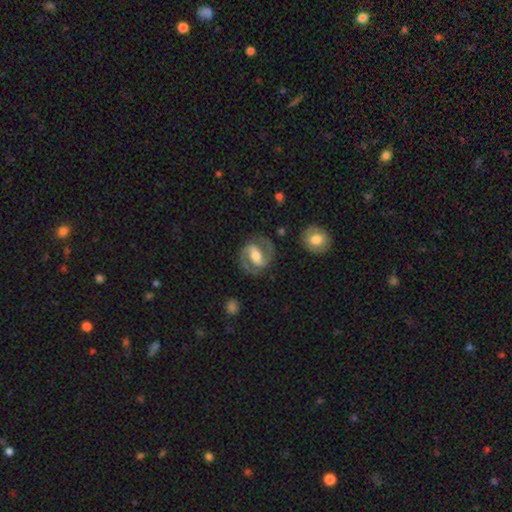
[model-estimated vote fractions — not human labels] Overall: featured or disk (85%). Edge-on disk: no (97%). Bar: strong (53%; weak 33%). Spiral arms: yes (95%). Spiral arm count: 2 (93%). Spiral winding: medium (57%; tight 30%). Bulge size: moderate (66%). Merging: none (82%).